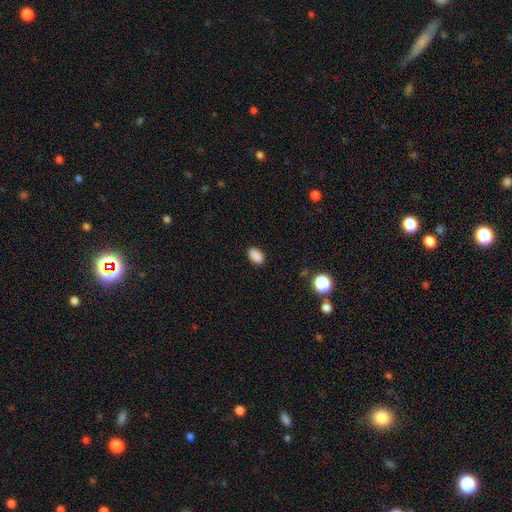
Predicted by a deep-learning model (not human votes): Smooth or featured?
  - smooth: 88% *
  - star or artifact: 9%
  - featured or disk: 3%
How rounded?
  - in between: 91% *
  - round: 7%
  - cigar-shaped: 2%
Merging?
  - none: 87% *
  - minor disturbance: 9%
  - major disturbance: 2%
  - merger: 1%